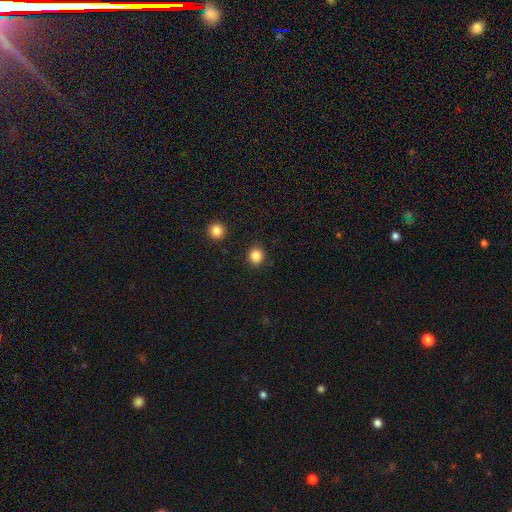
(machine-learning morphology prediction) smooth 85%, star or artifact 11%, featured or disk 4%. Down the decision tree: how rounded — round (89%); merging — none (90%).